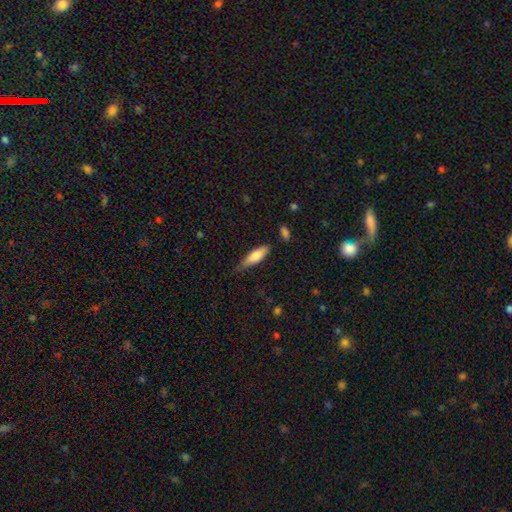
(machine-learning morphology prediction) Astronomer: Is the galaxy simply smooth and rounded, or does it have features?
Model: smooth — 73%.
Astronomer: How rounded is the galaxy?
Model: cigar-shaped — 54% (runner-up: in between, 44%).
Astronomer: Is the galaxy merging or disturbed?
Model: none — 66%.